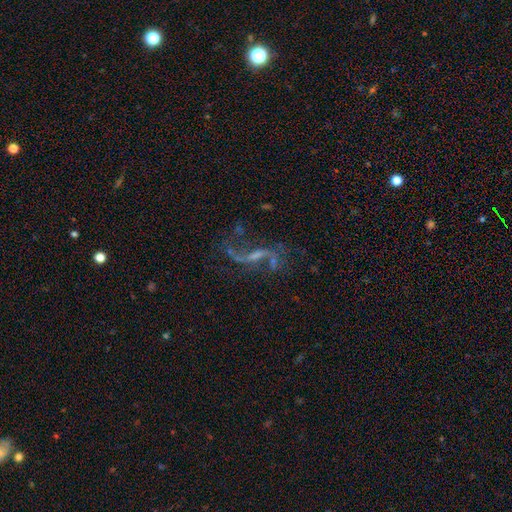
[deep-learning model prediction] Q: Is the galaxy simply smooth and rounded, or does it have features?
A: featured or disk — 81%.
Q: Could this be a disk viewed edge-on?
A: no — 94%.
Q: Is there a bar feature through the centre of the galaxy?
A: weak — 45%.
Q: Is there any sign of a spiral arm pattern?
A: yes — 90%.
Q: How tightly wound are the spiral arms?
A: loose — 89%.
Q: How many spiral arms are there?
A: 2 — 88%.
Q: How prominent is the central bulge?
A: small — 41%.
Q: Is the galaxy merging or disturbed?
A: none — 55%.